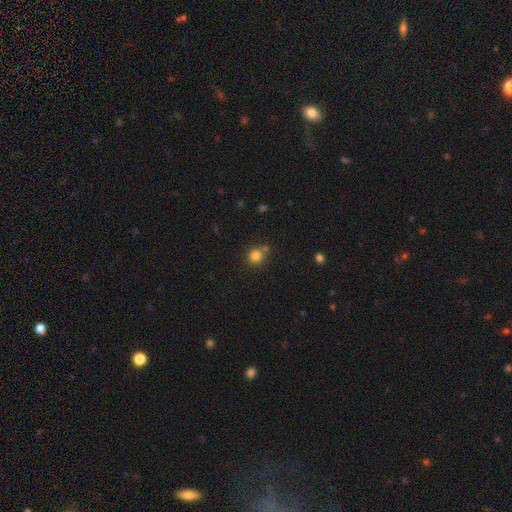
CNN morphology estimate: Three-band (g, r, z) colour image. It shows a smooth galaxy with no disk features (82%) that is round (91%). Merging: none (70%).